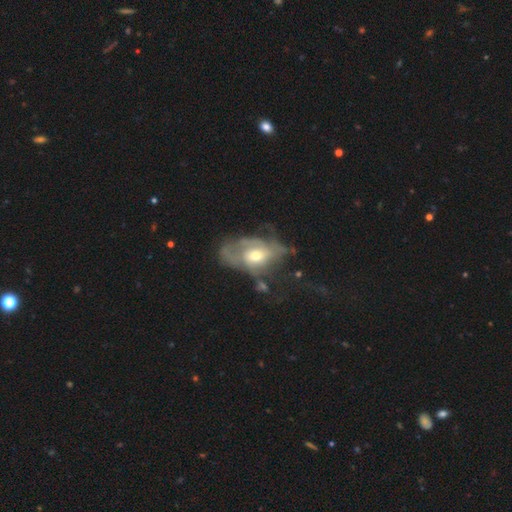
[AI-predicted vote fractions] Smooth or featured: featured or disk — 61% (smooth — 32%)
Edge-on disk: no — 94% (yes — 6%)
Bar: no — 73% (weak — 22%)
Spiral arms: no — 52% (yes — 48%)
Bulge size: moderate — 67% (small — 21%)
Merging: major disturbance — 47% (none — 24%)